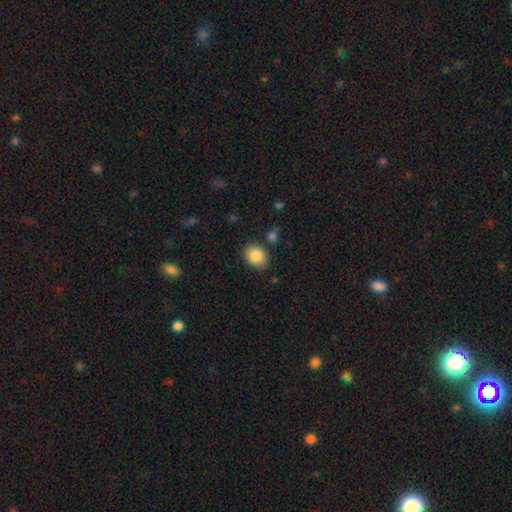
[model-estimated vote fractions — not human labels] Q: Smooth or featured?
A: smooth (86%); runner-up: star or artifact (8%)
Q: How rounded?
A: in between (55%); runner-up: round (44%)
Q: Merging?
A: none (81%); runner-up: minor disturbance (12%)